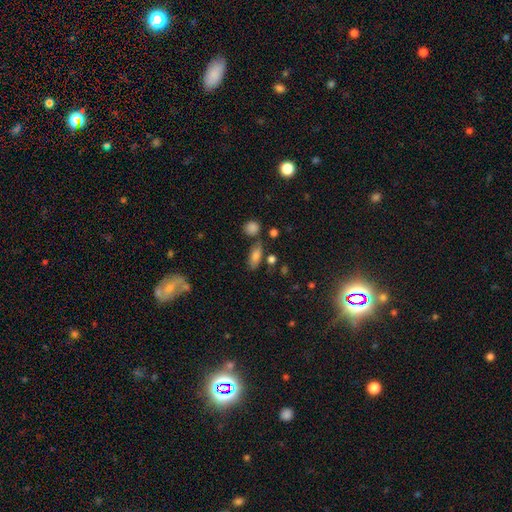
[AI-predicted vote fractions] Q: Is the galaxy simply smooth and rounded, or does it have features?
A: smooth — 79%.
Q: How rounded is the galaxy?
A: in between — 78%.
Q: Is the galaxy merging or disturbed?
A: none — 70%.